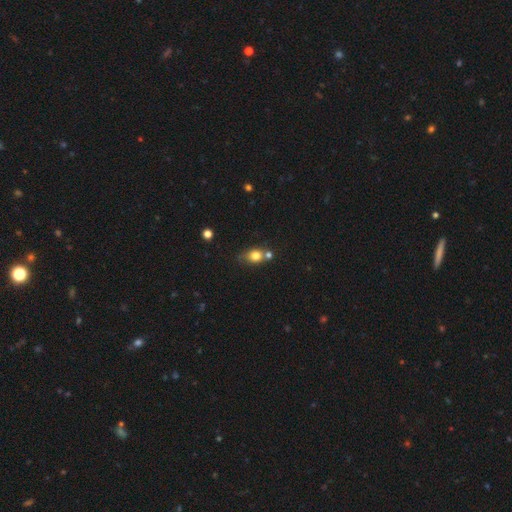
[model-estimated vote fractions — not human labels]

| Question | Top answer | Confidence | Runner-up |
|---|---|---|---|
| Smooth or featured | smooth | 78% | star or artifact (12%) |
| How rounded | round | 58% | in between (40%) |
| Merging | none | 52% | merger (24%) |